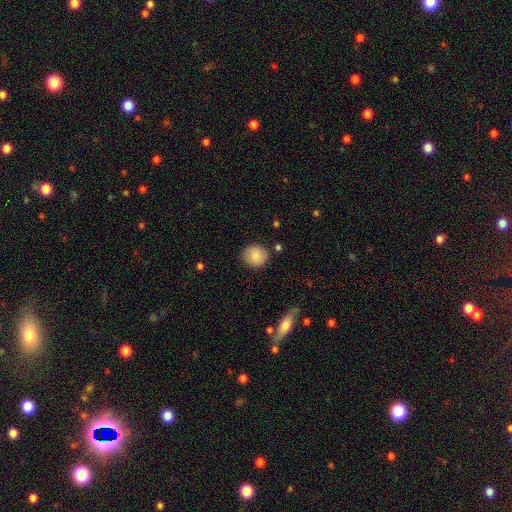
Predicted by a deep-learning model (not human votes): Smooth or featured: smooth — 86% (star or artifact — 7%)
How rounded: round — 84% (in between — 15%)
Merging: none — 85% (minor disturbance — 10%)